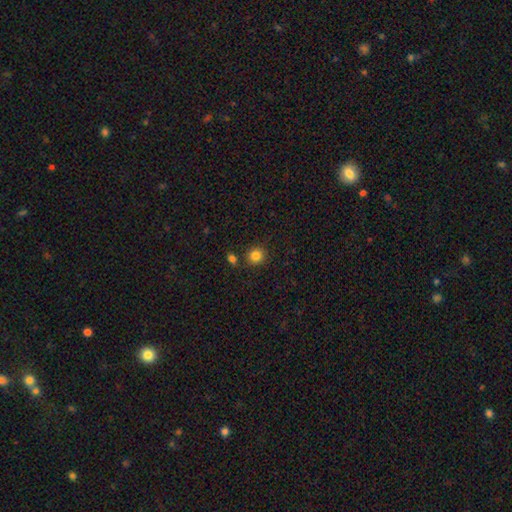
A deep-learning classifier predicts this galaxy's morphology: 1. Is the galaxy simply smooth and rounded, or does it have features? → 84% smooth, 11% star or artifact, 5% featured or disk.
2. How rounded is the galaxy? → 88% round, 11% in between, 1% cigar-shaped.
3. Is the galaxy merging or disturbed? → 82% none, 8% minor disturbance, 7% merger, 3% major disturbance.